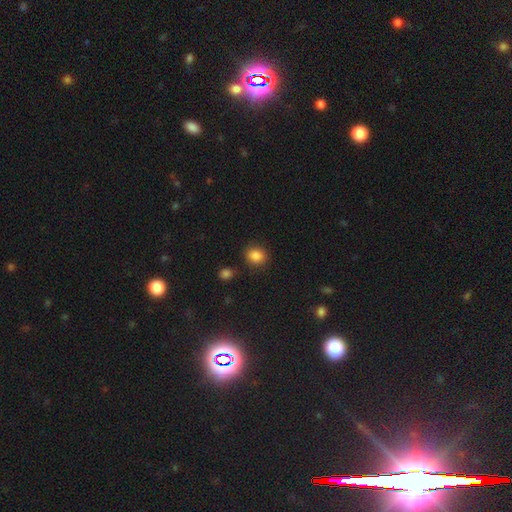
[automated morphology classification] This appears to be a smooth galaxy with no disk features (86%) that is round (70%). Merging: none (84%).